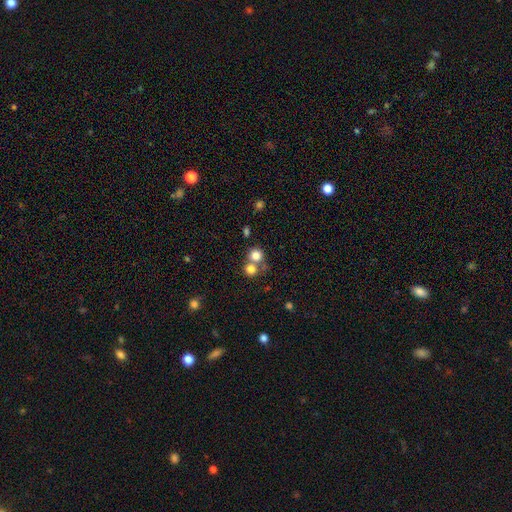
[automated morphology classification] smooth-or-featured: smooth: 79% | star or artifact: 12% | featured or disk: 9%
  how-rounded: round: 89% | in between: 11% | cigar-shaped: 1%
  merging: none: 48% | merger: 43% | minor disturbance: 6% | major disturbance: 3%